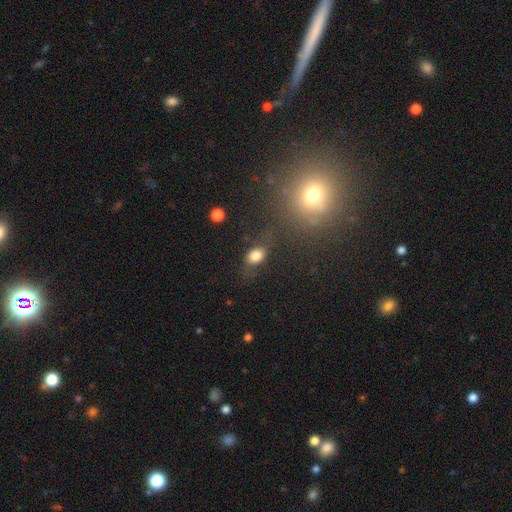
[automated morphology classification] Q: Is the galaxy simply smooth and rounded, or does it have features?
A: smooth — 80%.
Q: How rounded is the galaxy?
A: in between — 79%.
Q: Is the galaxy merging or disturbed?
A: none — 59%.